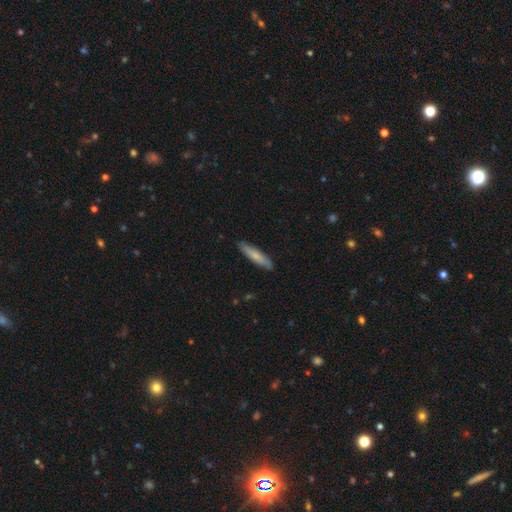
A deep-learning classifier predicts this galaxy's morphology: Smooth or featured? smooth (71%)
How rounded? cigar-shaped (84%)
Merging? none (88%)